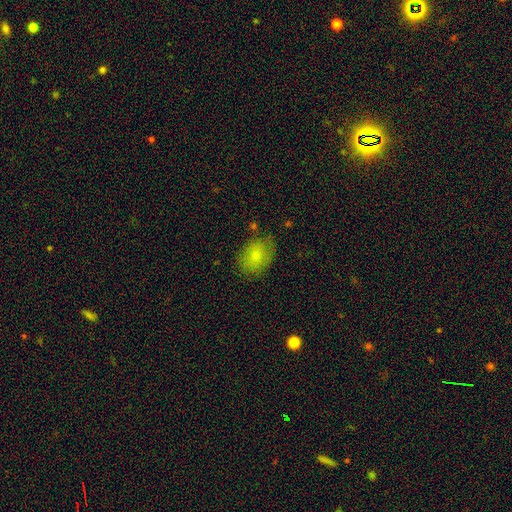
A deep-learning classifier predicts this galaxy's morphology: Smooth or featured? smooth (78%)
How rounded? in between (61%)
Merging? none (71%)